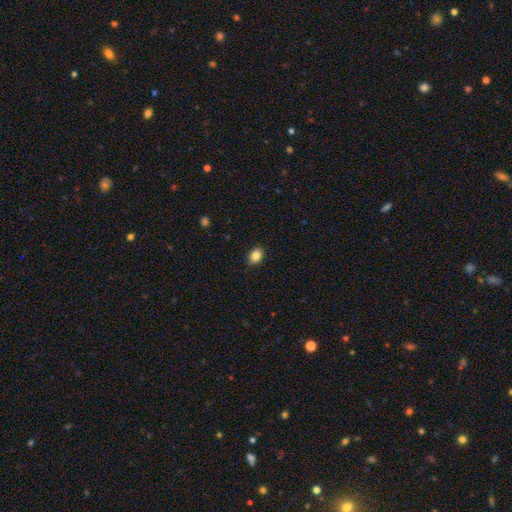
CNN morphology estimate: The model was most divided on "how rounded": in between: 61%, round: 37%, cigar-shaped: 1%. More confident: merging — none (86%); smooth or featured — smooth (85%).